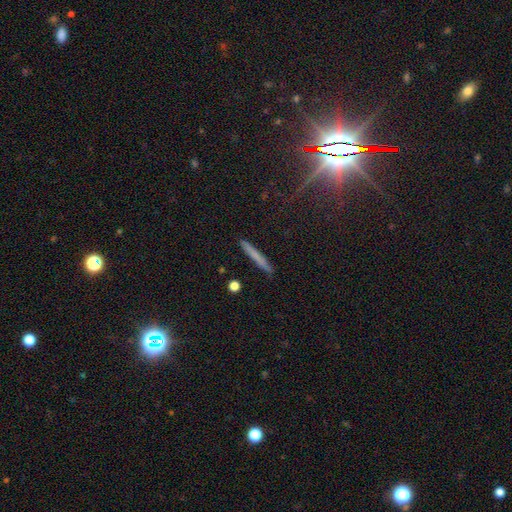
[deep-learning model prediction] Smooth or featured: smooth — 66% (featured or disk — 25%)
How rounded: cigar-shaped — 96% (in between — 2%)
Merging: none — 91% (minor disturbance — 7%)